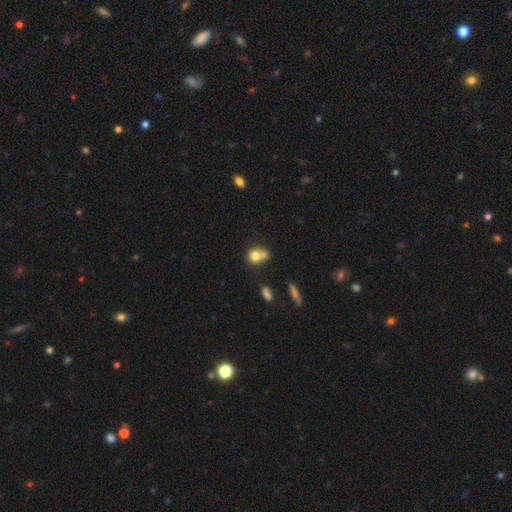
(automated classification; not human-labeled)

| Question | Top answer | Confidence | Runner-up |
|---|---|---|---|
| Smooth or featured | smooth | 73% | featured or disk (16%) |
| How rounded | round | 65% | in between (33%) |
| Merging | merger | 46% | none (33%) |